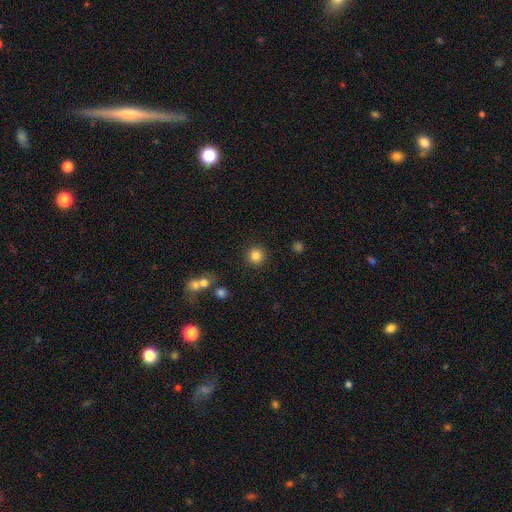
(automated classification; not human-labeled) A smooth galaxy with no disk features (84%) that is round (94%). Merging: none (90%).